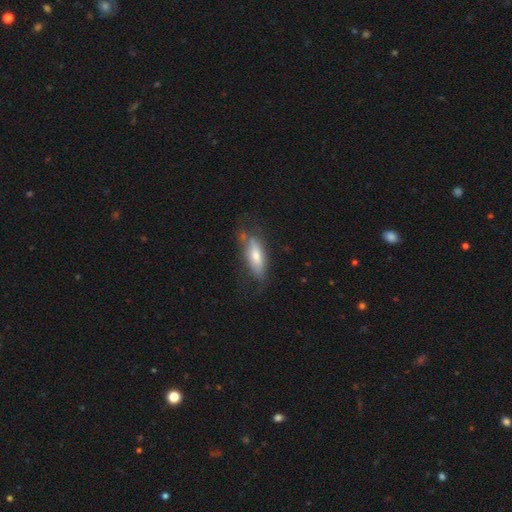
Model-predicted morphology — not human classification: A smooth galaxy with no disk features (54%) that is in between round and cigar-shaped (58%). Merging: none (59%).